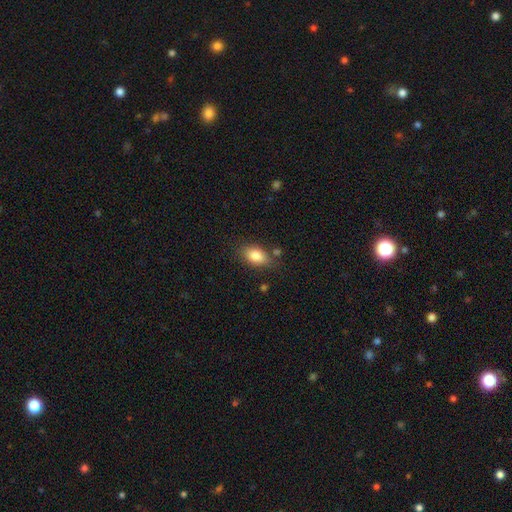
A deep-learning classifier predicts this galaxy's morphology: Q: Smooth or featured?
A: smooth (83%); runner-up: featured or disk (9%)
Q: How rounded?
A: in between (87%); runner-up: round (10%)
Q: Merging?
A: none (76%); runner-up: minor disturbance (15%)